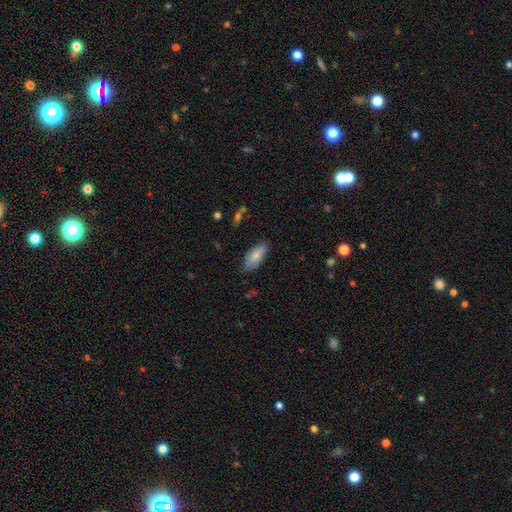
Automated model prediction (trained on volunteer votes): Morphology: type=smooth (80%); roundness=in between (89%); merging=none (75%).